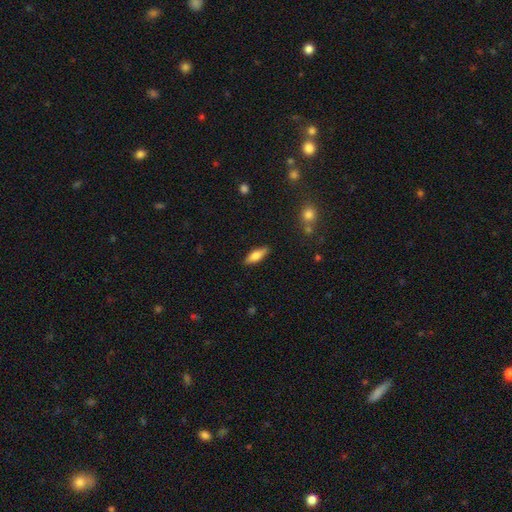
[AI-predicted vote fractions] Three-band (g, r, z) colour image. It shows a smooth galaxy with no disk features (73%) that is in between round and cigar-shaped (63%). Merging: none (85%).